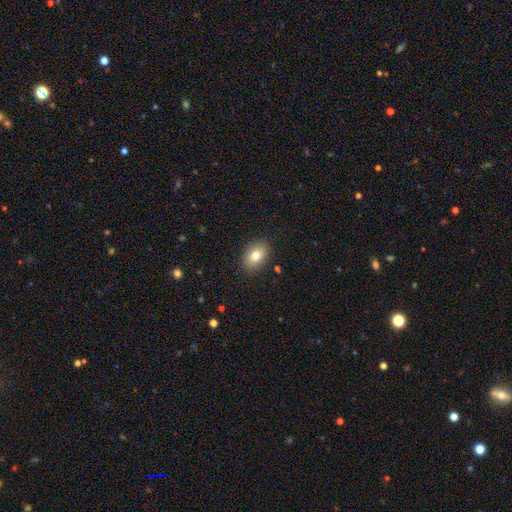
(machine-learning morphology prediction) Smooth or featured: smooth — 78% (featured or disk — 13%)
How rounded: in between — 78% (round — 21%)
Merging: none — 88% (minor disturbance — 9%)